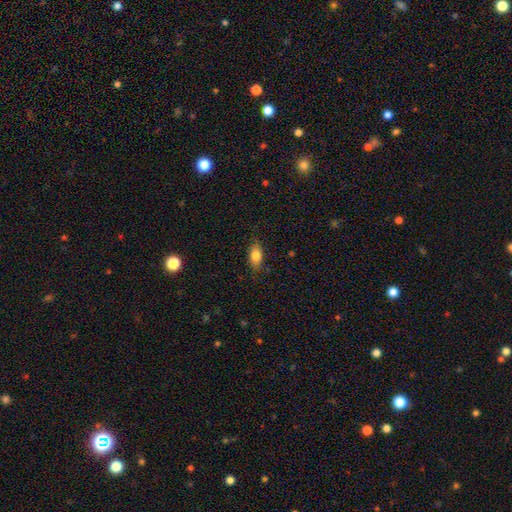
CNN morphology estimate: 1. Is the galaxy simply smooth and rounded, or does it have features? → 82% smooth, 10% featured or disk, 8% star or artifact.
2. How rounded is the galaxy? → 87% in between, 7% round, 6% cigar-shaped.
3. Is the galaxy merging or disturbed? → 83% none, 13% minor disturbance, 3% major disturbance, 1% merger.